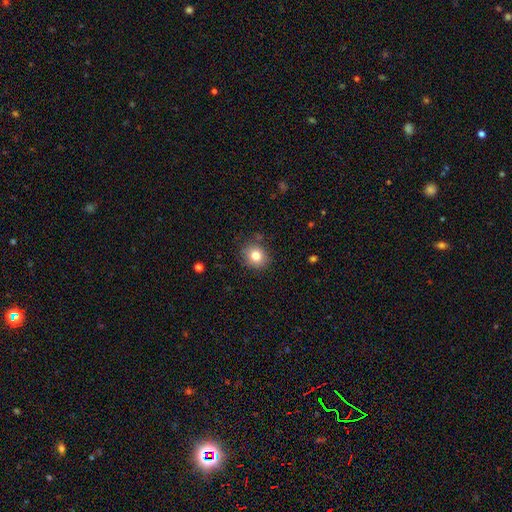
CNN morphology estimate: Smooth or featured?
  - smooth: 80% *
  - star or artifact: 11%
  - featured or disk: 9%
How rounded?
  - round: 78% *
  - in between: 21%
  - cigar-shaped: 1%
Merging?
  - none: 84% *
  - minor disturbance: 11%
  - major disturbance: 3%
  - merger: 2%